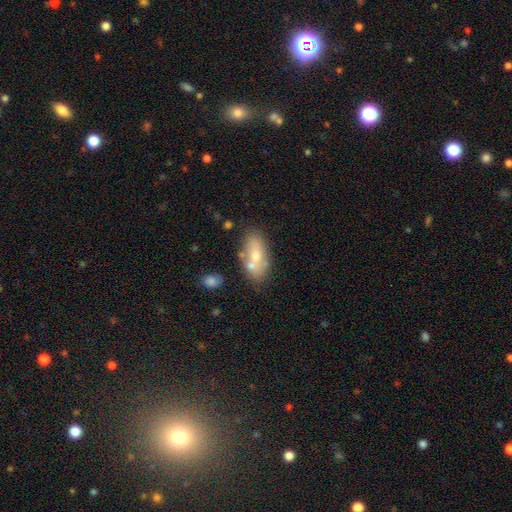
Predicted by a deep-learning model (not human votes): The model was most divided on "merging": none: 52%, merger: 26%, minor disturbance: 16%, major disturbance: 6%. More confident: how rounded — in between (83%); smooth or featured — smooth (61%).